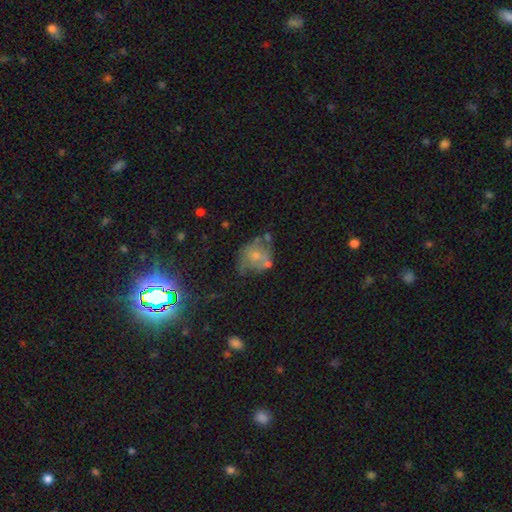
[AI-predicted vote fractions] featured or disk 51%, smooth 38%, star or artifact 11%. Down the decision tree: edge-on disk — no (97%); merging — none (36%).